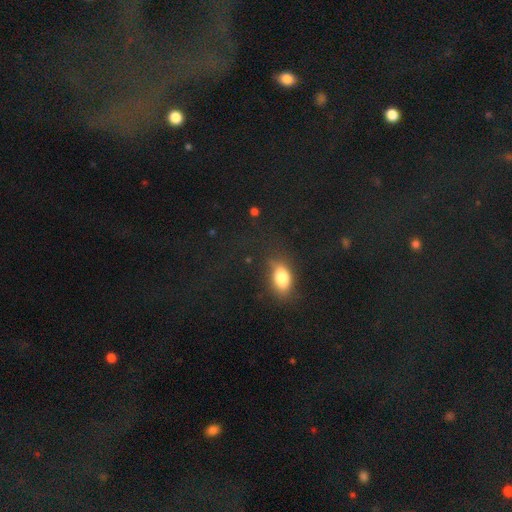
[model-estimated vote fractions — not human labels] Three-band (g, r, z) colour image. It shows a smooth galaxy with no disk features (46%). Merging: none (65%).